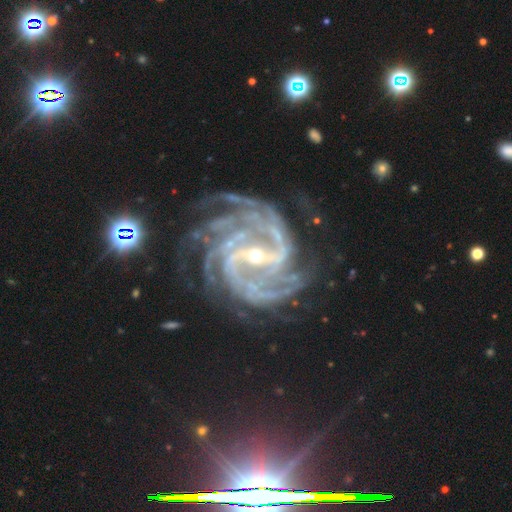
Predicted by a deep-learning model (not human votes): The model was most divided on "spiral arm count": 4: 25%, more than 4: 20%, 3: 17%, can't tell: 15%, 2: 14%, 1: 9%. More confident: spiral arms — yes (99%); edge-on disk — no (98%); smooth or featured — featured or disk (93%); bulge size — small (71%); merging — none (68%); bar — strong (58%); spiral winding — tight (53%).